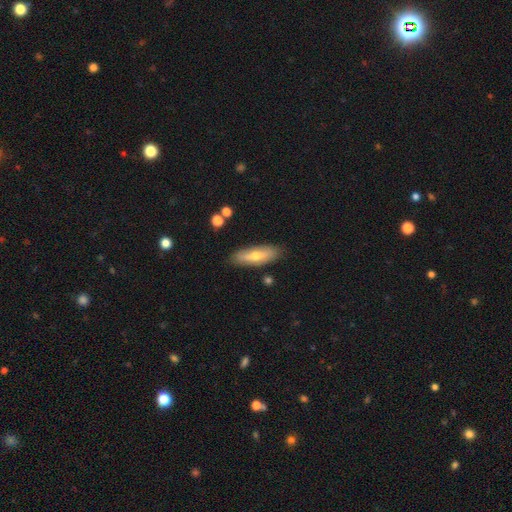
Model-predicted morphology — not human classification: A smooth galaxy with no disk features (51%) that is in between round and cigar-shaped (54%). Merging: none (83%).